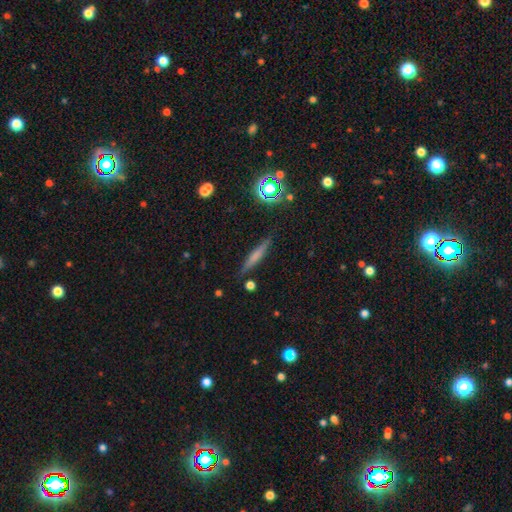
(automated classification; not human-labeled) This appears to be a smooth galaxy with no disk features (55%) that is cigar-shaped (90%). Merging: none (86%).